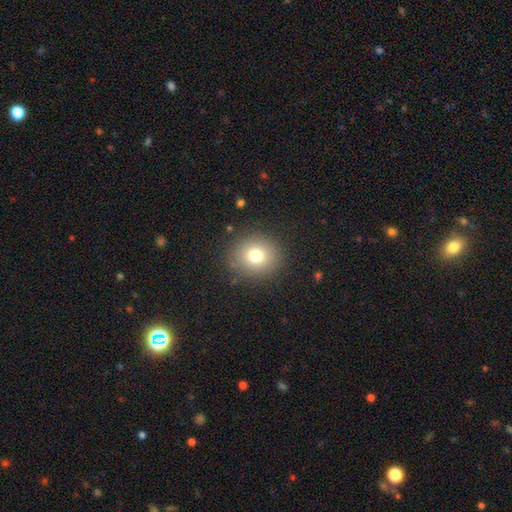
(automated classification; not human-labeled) A smooth galaxy with no disk features (77%) that is round (84%).

Vote fractions:
- Smooth or featured? smooth: 77% / star or artifact: 13% / featured or disk: 10%
- How rounded? round: 84% / in between: 15% / cigar-shaped: 1%
- Merging? none: 87% / minor disturbance: 8% / major disturbance: 3% / merger: 1%